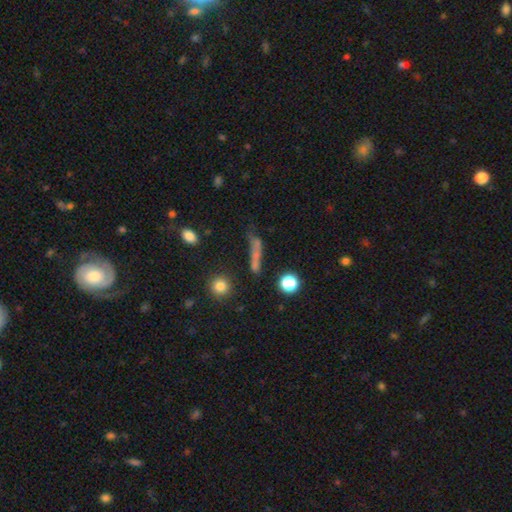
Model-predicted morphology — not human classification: smooth 56%, featured or disk 24%, star or artifact 20%. Down the decision tree: how rounded — cigar-shaped (66%); merging — none (55%).